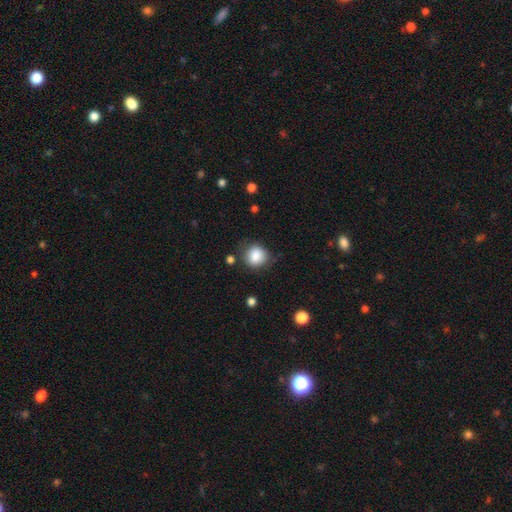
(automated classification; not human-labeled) smooth-or-featured: smooth: 85% | star or artifact: 9% | featured or disk: 6%
  how-rounded: round: 80% | in between: 19% | cigar-shaped: 1%
  merging: none: 75% | minor disturbance: 18% | major disturbance: 5% | merger: 3%